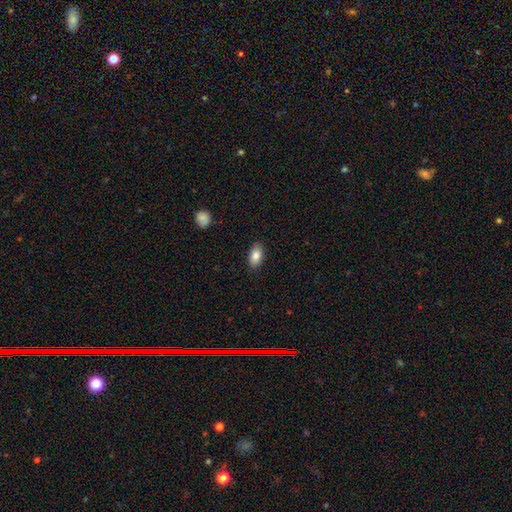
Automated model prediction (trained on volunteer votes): Morphology: type=smooth (84%); roundness=in between (93%); merging=none (88%).